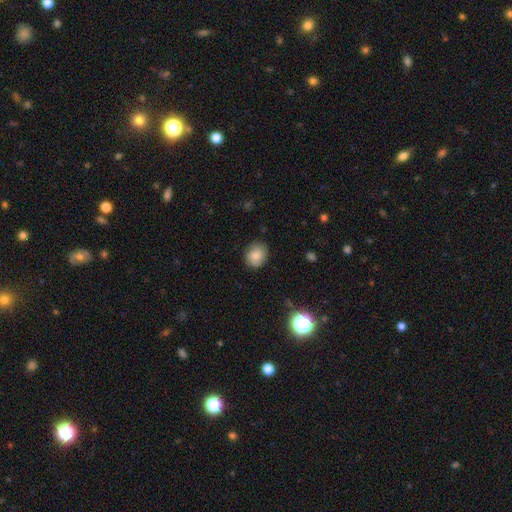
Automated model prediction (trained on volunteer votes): Morphology: type=smooth (81%); roundness=round (67%); merging=none (84%).